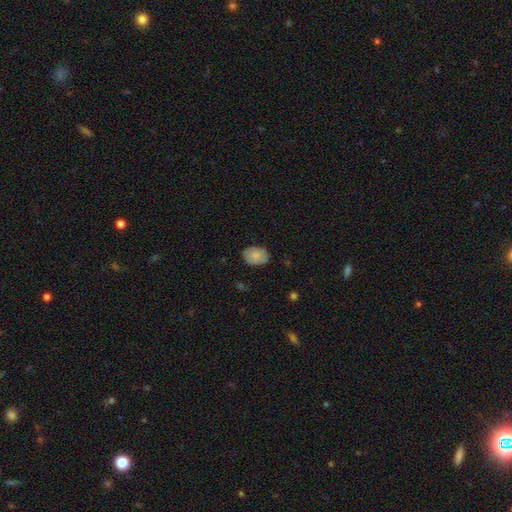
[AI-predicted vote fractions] Morphology: type=smooth (81%); roundness=in between (69%); merging=none (77%).